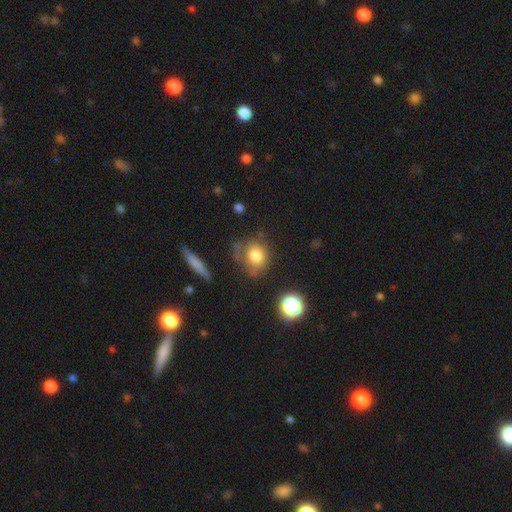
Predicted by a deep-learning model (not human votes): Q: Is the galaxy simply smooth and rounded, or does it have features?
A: smooth — 78%.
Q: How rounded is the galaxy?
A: round — 63%.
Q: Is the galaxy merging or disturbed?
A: none — 61%.